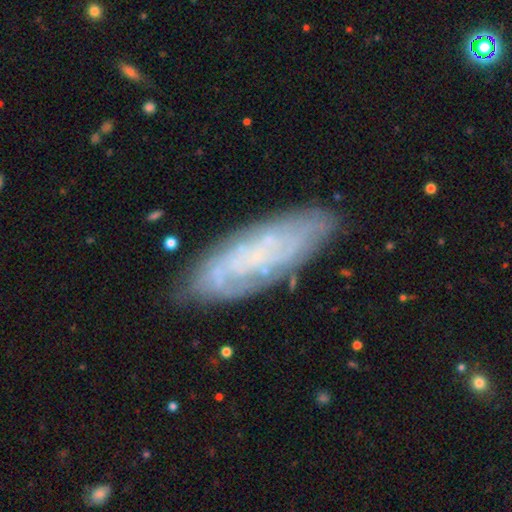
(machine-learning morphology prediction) Smooth or featured? Predicted: featured or disk (p=0.59). Edge-on disk? Predicted: no (p=0.79). Merging? Predicted: none (p=0.78).